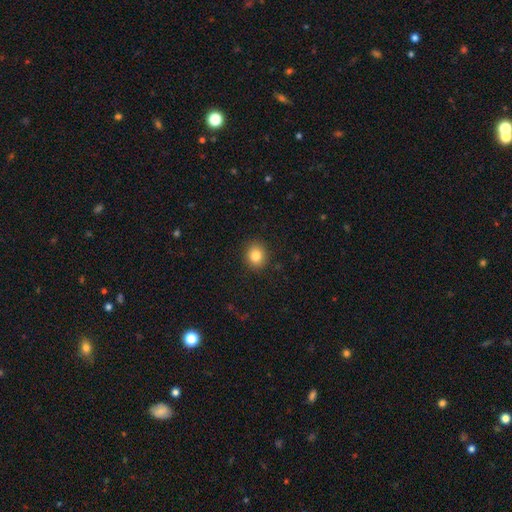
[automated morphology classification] Smooth or featured? Predicted: smooth (p=0.83). How rounded? Predicted: round (p=0.74). Merging? Predicted: none (p=0.90).